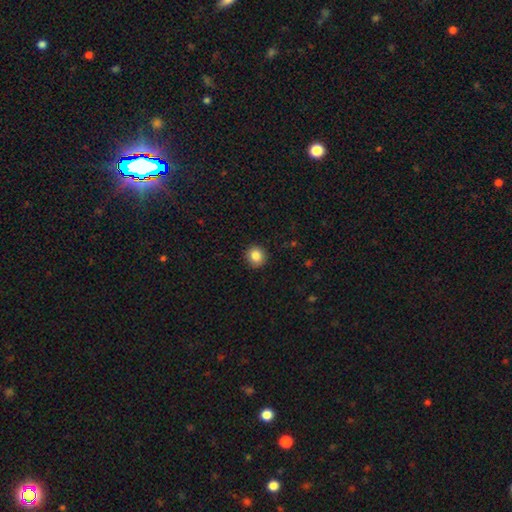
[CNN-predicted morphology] smooth 86%, star or artifact 10%, featured or disk 5%. Down the decision tree: how rounded — round (89%); merging — none (91%).